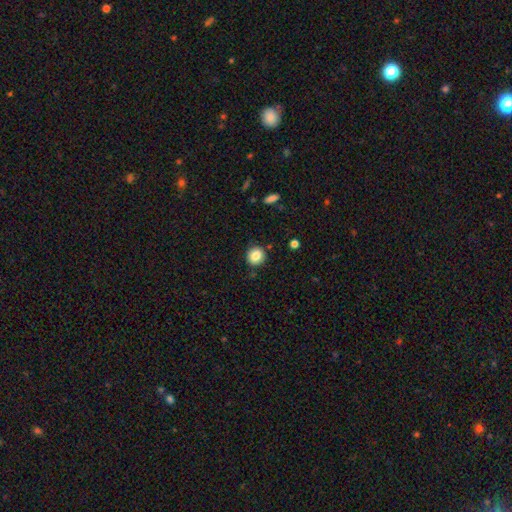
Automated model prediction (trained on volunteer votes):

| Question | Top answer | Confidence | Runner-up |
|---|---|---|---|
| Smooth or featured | smooth | 84% | star or artifact (10%) |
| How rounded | round | 88% | in between (11%) |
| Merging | none | 87% | minor disturbance (8%) |